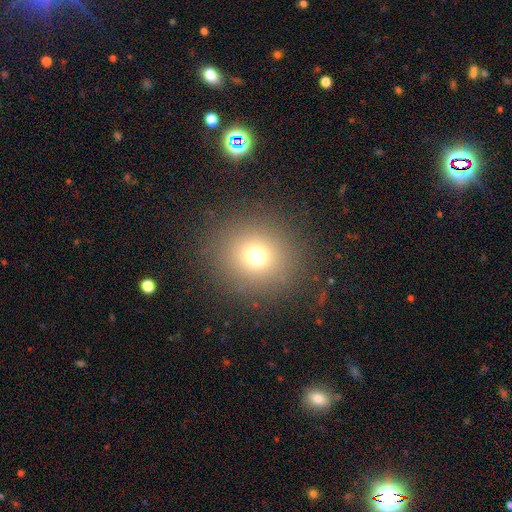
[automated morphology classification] A smooth galaxy with no disk features (71%) that is round (89%).

Vote fractions:
- Smooth or featured? smooth: 71% / star or artifact: 20% / featured or disk: 9%
- How rounded? round: 89% / in between: 10% / cigar-shaped: 1%
- Merging? none: 88% / minor disturbance: 7% / major disturbance: 4% / merger: 1%